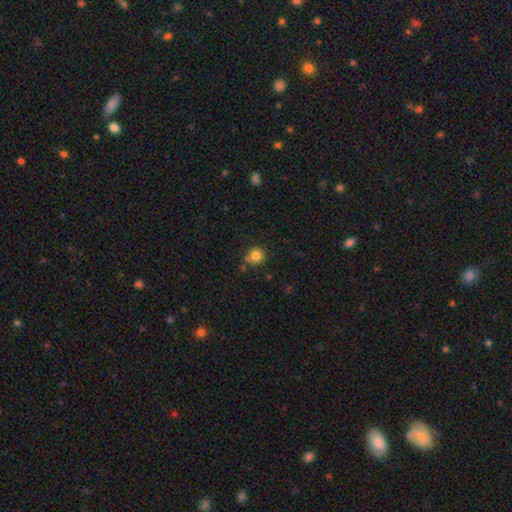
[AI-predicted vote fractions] Overall: smooth (83%). How rounded: round (90%). Merging: none (74%).